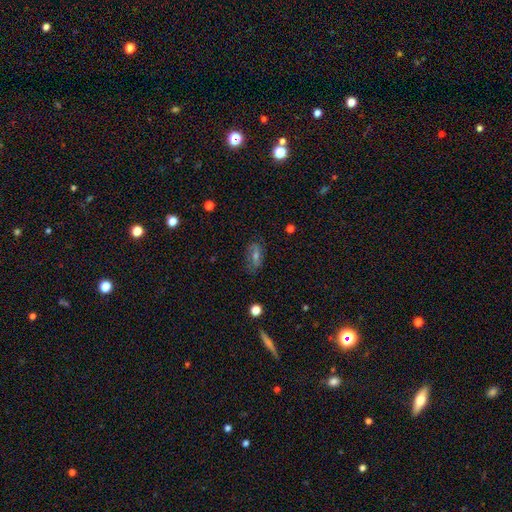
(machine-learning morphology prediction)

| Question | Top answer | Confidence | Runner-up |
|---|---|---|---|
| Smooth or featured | featured or disk | 47% | smooth (33%) |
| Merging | none | 75% | minor disturbance (16%) |